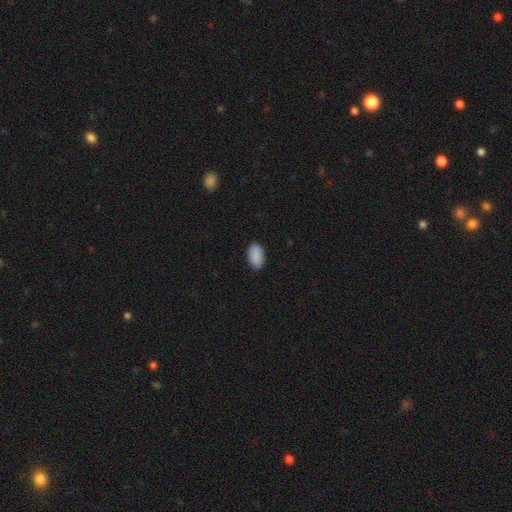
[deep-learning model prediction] Smooth or featured?
  - smooth: 90% *
  - star or artifact: 7%
  - featured or disk: 4%
How rounded?
  - in between: 94% *
  - round: 4%
  - cigar-shaped: 2%
Merging?
  - none: 87% *
  - minor disturbance: 10%
  - major disturbance: 2%
  - merger: 1%